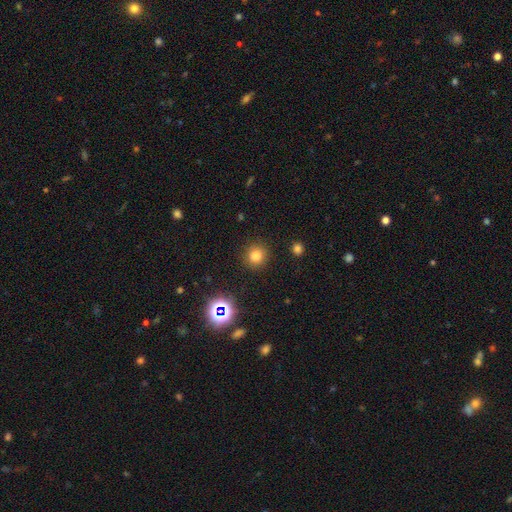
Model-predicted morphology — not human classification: smooth-or-featured: smooth: 77% | star or artifact: 17% | featured or disk: 6%
  how-rounded: round: 92% | in between: 7% | cigar-shaped: 1%
  merging: none: 89% | minor disturbance: 6% | major disturbance: 3% | merger: 2%